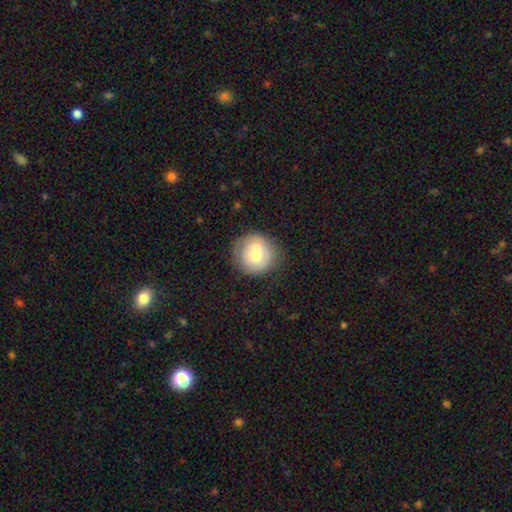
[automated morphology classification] Overall: smooth (61%; featured or disk 31%). How rounded: round (90%). Merging: none (64%).